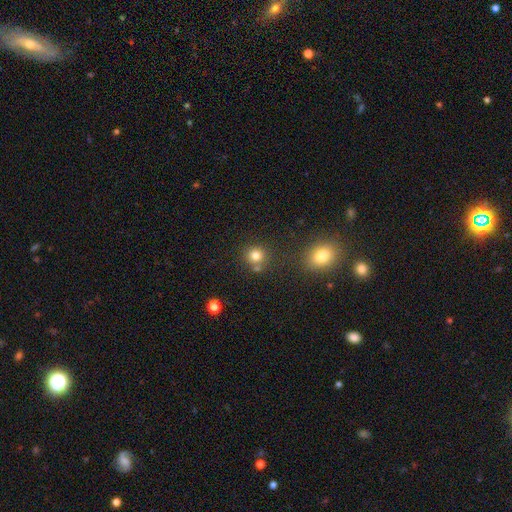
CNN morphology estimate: Smooth or featured: smooth — 80% (star or artifact — 13%)
How rounded: round — 90% (in between — 9%)
Merging: none — 72% (merger — 15%)